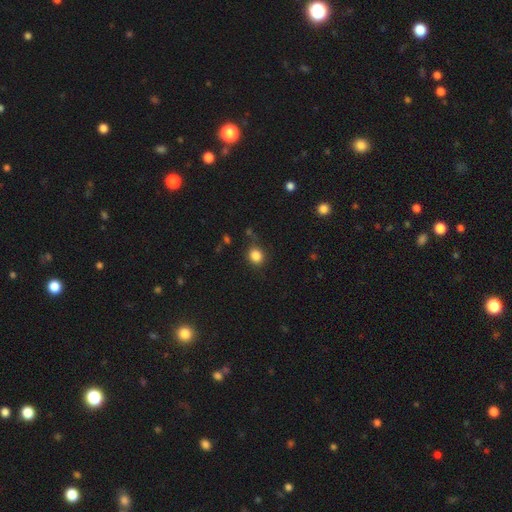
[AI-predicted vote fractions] This appears to be a smooth galaxy with no disk features (84%) that is round (78%). Merging: none (82%).